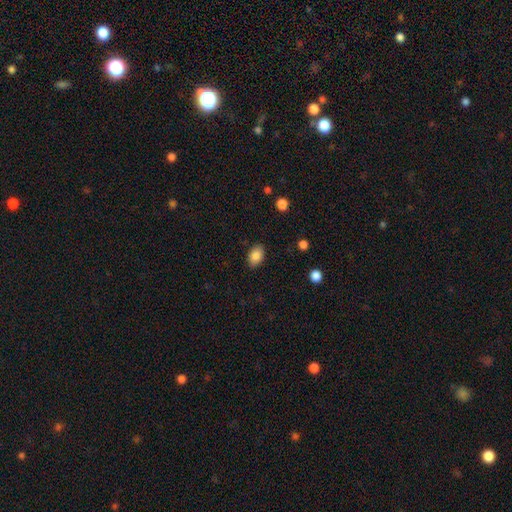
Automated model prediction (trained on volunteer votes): A smooth galaxy with no disk features (86%) that is in between round and cigar-shaped (87%). Merging: none (87%).